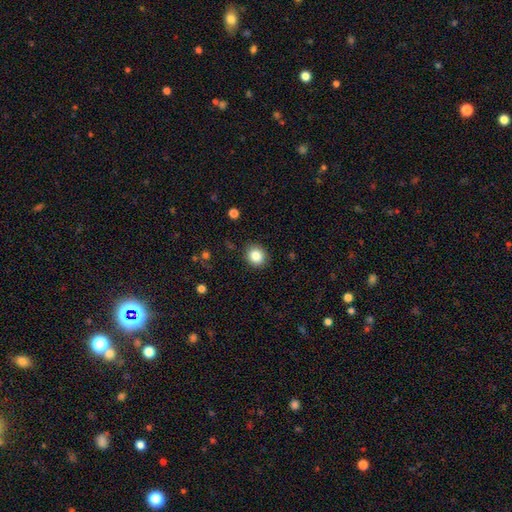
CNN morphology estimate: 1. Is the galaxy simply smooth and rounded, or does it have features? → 86% smooth, 10% star or artifact, 5% featured or disk.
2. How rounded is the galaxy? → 82% round, 17% in between, 1% cigar-shaped.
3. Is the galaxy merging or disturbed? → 89% none, 8% minor disturbance, 2% major disturbance, 1% merger.